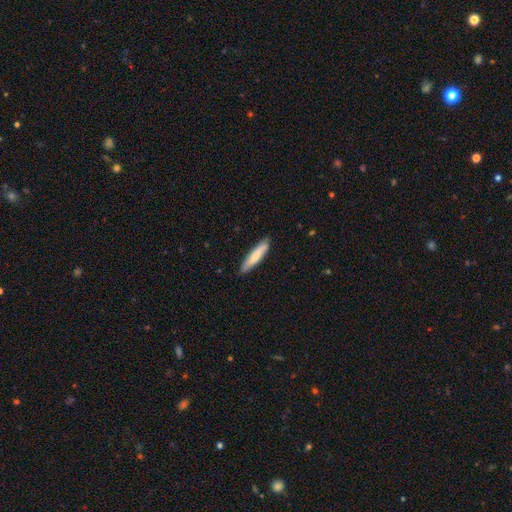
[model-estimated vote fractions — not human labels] smooth-or-featured: smooth: 71% | featured or disk: 24% | star or artifact: 5%
  how-rounded: cigar-shaped: 83% | in between: 15% | round: 1%
  merging: none: 87% | minor disturbance: 11% | major disturbance: 2% | merger: 1%